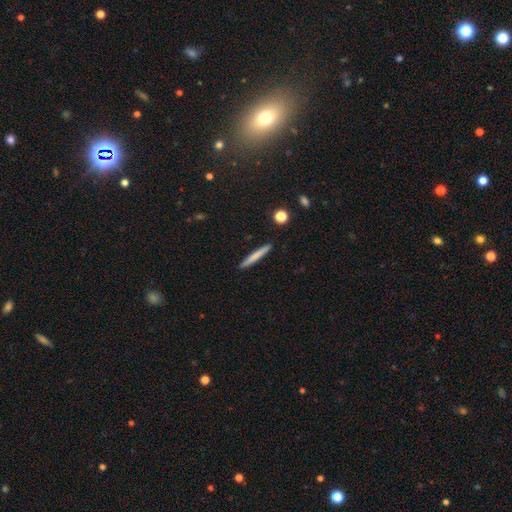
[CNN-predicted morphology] Overall: smooth (71%). How rounded: cigar-shaped (96%). Merging: none (92%).